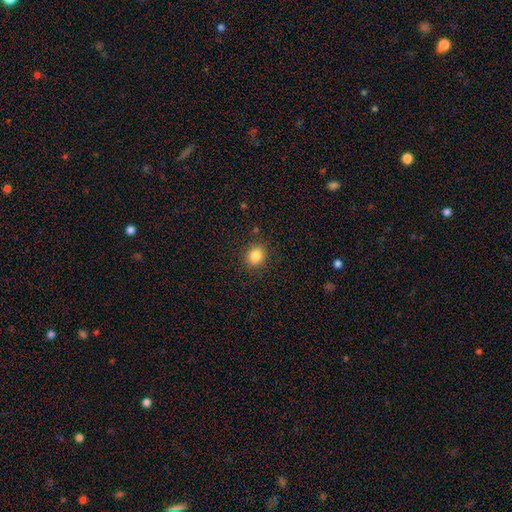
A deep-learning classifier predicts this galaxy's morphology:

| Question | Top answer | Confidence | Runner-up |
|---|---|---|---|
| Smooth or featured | smooth | 84% | star or artifact (11%) |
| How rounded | round | 73% | in between (26%) |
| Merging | none | 88% | minor disturbance (8%) |